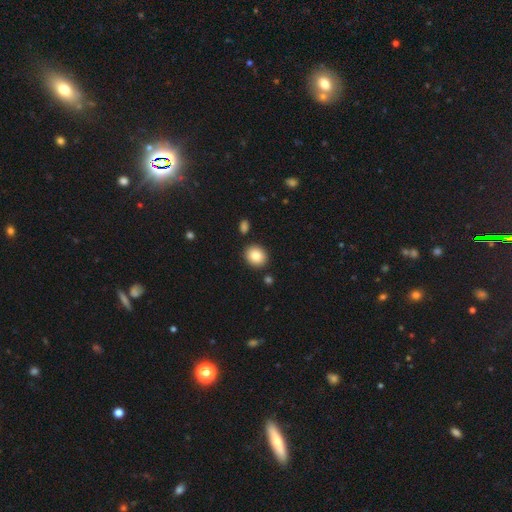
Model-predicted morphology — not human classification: smooth-or-featured: smooth: 85% | star or artifact: 8% | featured or disk: 7%
  how-rounded: round: 75% | in between: 24% | cigar-shaped: 1%
  merging: none: 87% | minor disturbance: 7% | merger: 4% | major disturbance: 2%